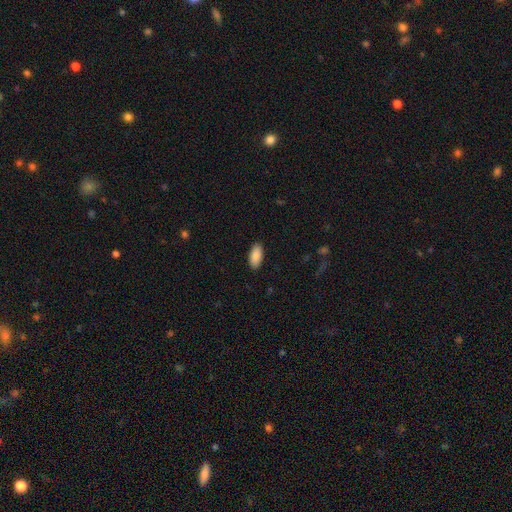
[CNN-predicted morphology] Smooth or featured? Predicted: smooth (p=0.89). How rounded? Predicted: in between (p=0.92). Merging? Predicted: none (p=0.90).